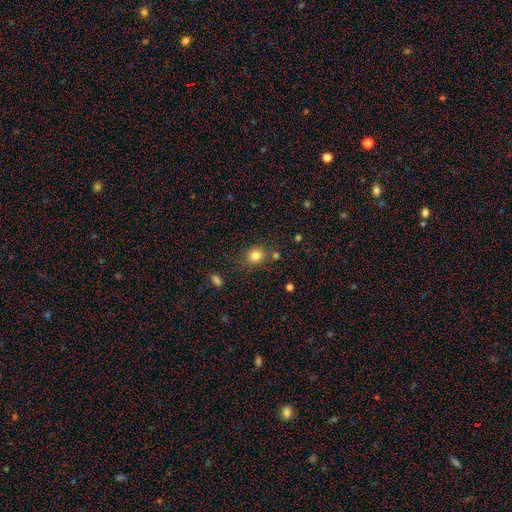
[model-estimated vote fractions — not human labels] A smooth galaxy with no disk features (82%) that is round (82%).

Vote fractions:
- Smooth or featured? smooth: 82% / star or artifact: 12% / featured or disk: 6%
- How rounded? round: 82% / in between: 17% / cigar-shaped: 1%
- Merging? none: 76% / minor disturbance: 12% / merger: 8% / major disturbance: 4%